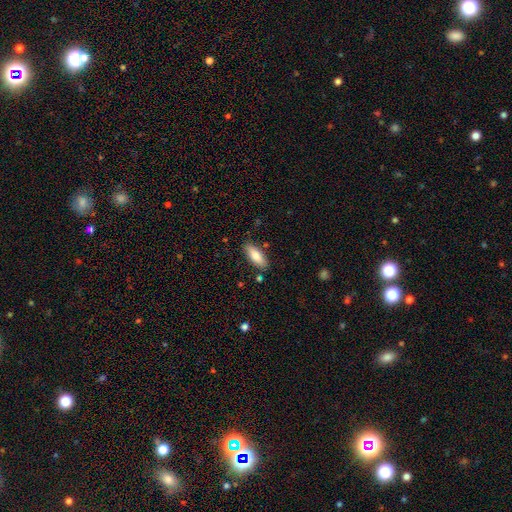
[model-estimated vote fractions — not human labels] Smooth or featured: smooth — 80% (featured or disk — 13%)
How rounded: in between — 74% (cigar-shaped — 24%)
Merging: none — 83% (minor disturbance — 12%)